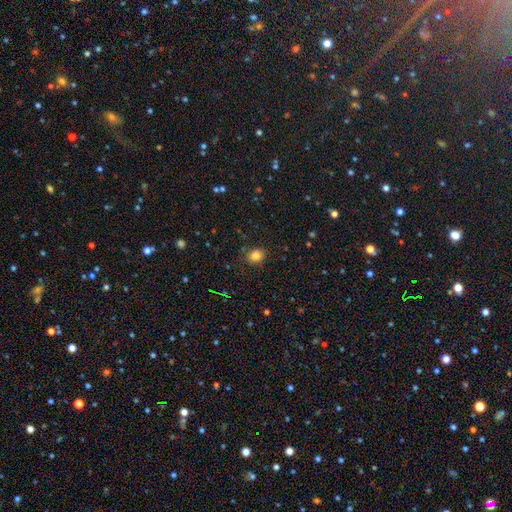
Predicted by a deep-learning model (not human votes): Q: Smooth or featured?
A: smooth (82%); runner-up: star or artifact (13%)
Q: How rounded?
A: round (74%); runner-up: in between (26%)
Q: Merging?
A: none (87%); runner-up: minor disturbance (9%)